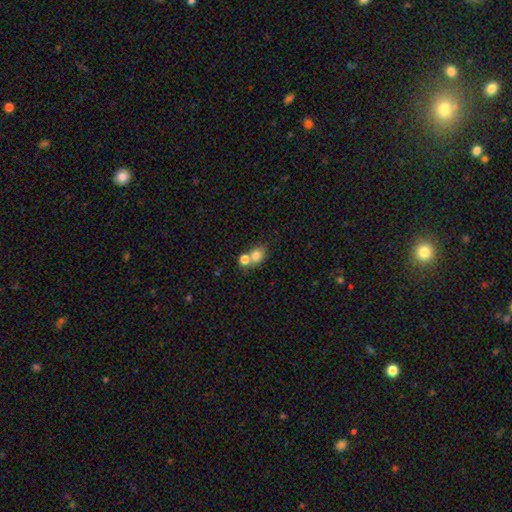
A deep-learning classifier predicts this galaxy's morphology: This is likely a smooth galaxy (79%). How rounded: possibly round (56%). Merging: possibly merger (50%).